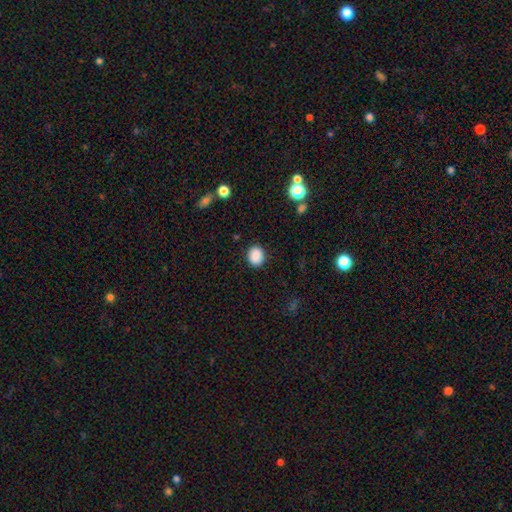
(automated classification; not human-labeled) smooth 88%, star or artifact 9%, featured or disk 3%. Down the decision tree: how rounded — round (58%); merging — none (88%).